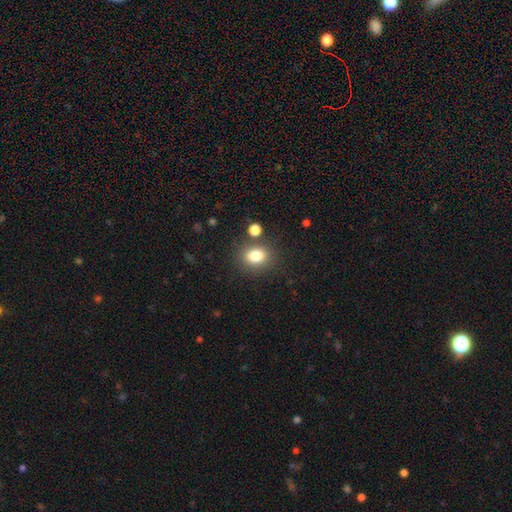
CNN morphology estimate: Smooth or featured?
  - smooth: 82% *
  - star or artifact: 11%
  - featured or disk: 7%
How rounded?
  - round: 50% *
  - in between: 49%
  - cigar-shaped: 1%
Merging?
  - none: 77% *
  - minor disturbance: 11%
  - merger: 8%
  - major disturbance: 4%